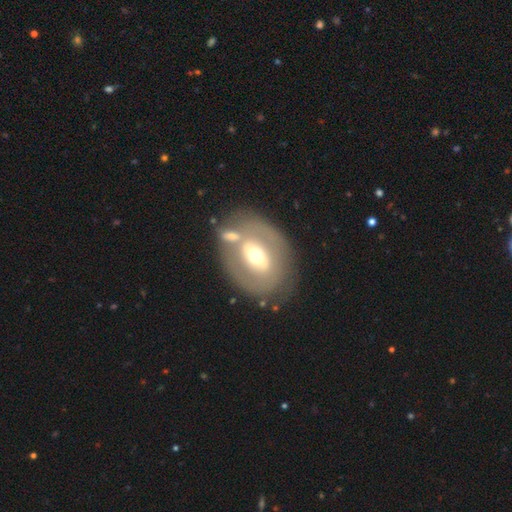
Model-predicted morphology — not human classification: A featured or disk galaxy (60%) with a weak bar (35%), no spiral arms (75%) and a moderate central bulge (70%). Merging: none (61%).